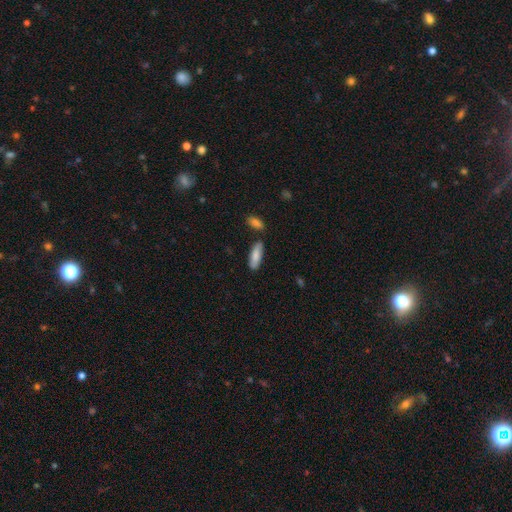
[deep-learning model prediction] Smooth or featured: smooth — 83% (featured or disk — 12%)
How rounded: in between — 57% (cigar-shaped — 41%)
Merging: none — 78% (minor disturbance — 13%)